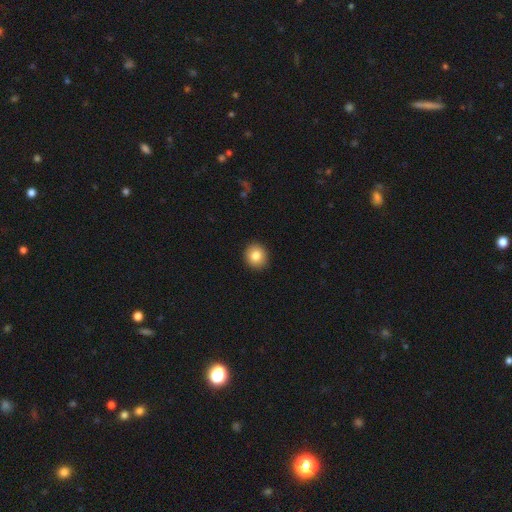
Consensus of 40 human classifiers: A smooth galaxy with no disk features (80%) that is round (88%). Merging: none (94%).